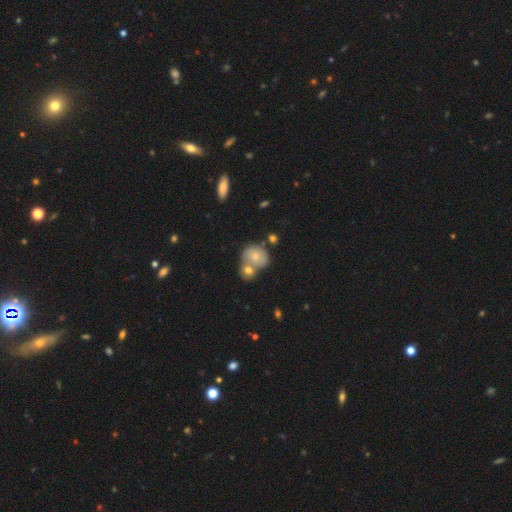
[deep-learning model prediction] Morphology: type=smooth (70%); roundness=round (68%); merging=merger (49%).